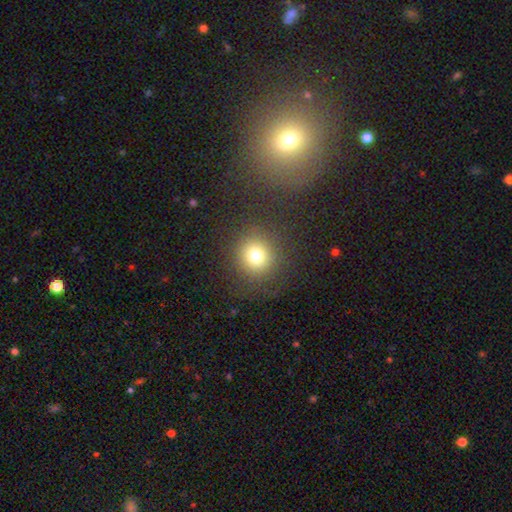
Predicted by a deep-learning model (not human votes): This appears to be a smooth galaxy with no disk features (76%) that is round (89%). Merging: none (84%).